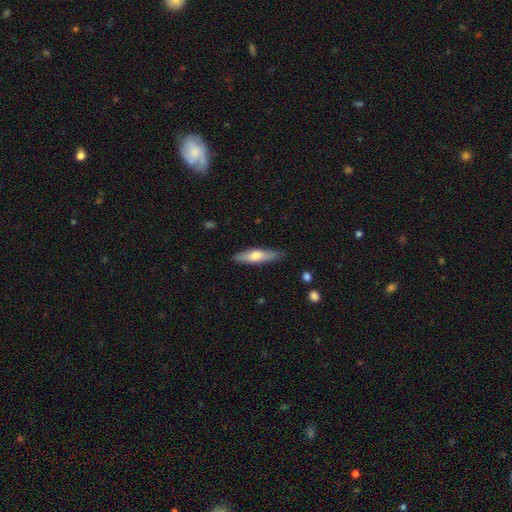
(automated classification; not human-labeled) smooth 55%, featured or disk 39%, star or artifact 6%. Down the decision tree: how rounded — cigar-shaped (70%); merging — none (84%).